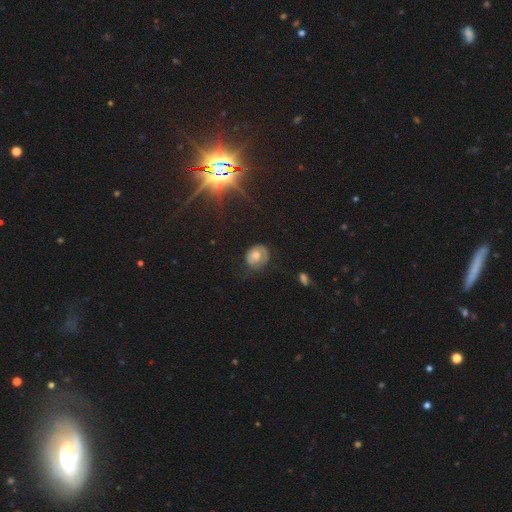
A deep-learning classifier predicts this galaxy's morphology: smooth 45% (tied), featured or disk 45% (tied), star or artifact 10%. Down the decision tree: merging — none (53%).